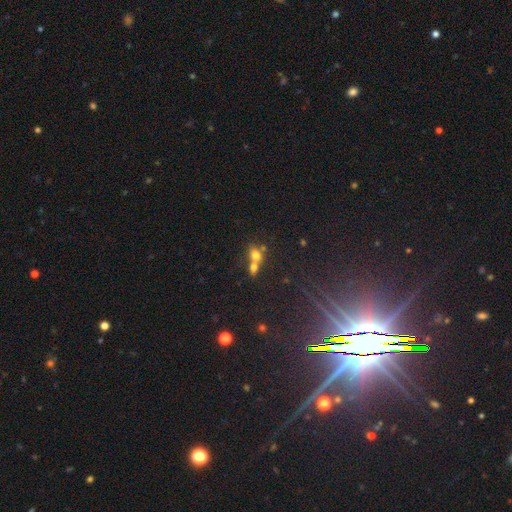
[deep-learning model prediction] A smooth galaxy with no disk features (66%) that is round (49%). Merging: merger (66%).